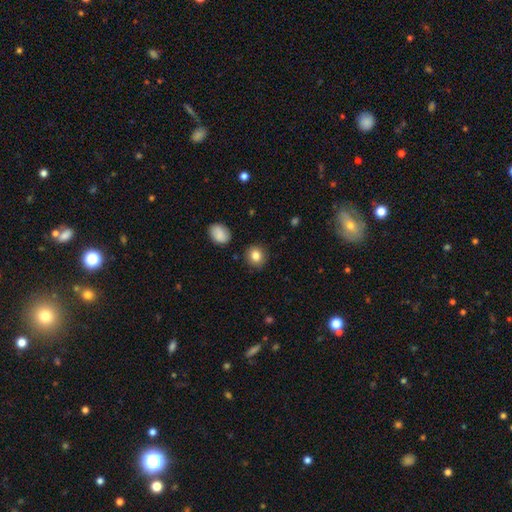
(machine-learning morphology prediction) smooth_or_featured: smooth (p=0.84) [alt: star or artifact p=0.10]
how_rounded: round (p=0.82) [alt: in between p=0.17]
merging: none (p=0.88) [alt: minor disturbance p=0.08]